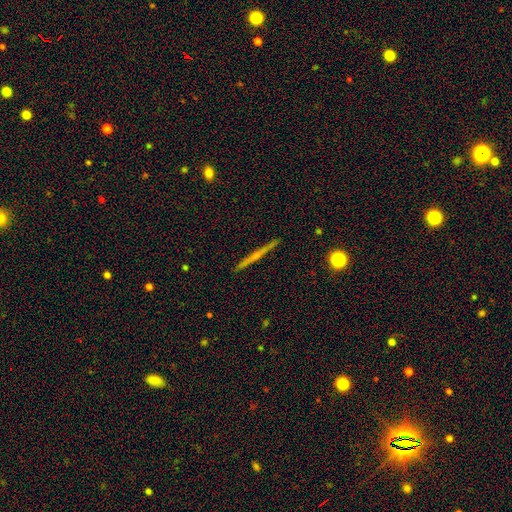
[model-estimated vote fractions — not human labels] This is likely a featured or disk galaxy (65%). It is clearly viewed edge-on (98%). Edge-on bulge: possibly none (54%). Merging: clearly none (92%).